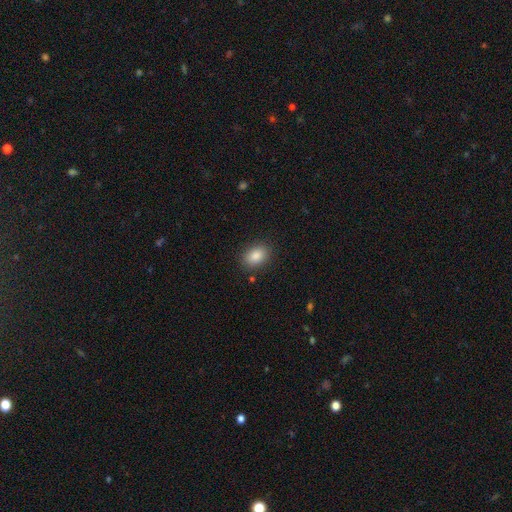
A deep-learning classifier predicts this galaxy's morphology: The model was most divided on "how rounded": in between: 78%, round: 21%, cigar-shaped: 1%. More confident: merging — none (87%); smooth or featured — smooth (86%).